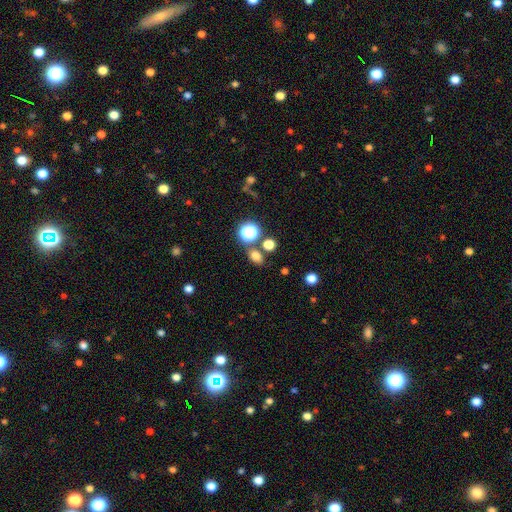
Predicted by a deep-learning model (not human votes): A smooth galaxy with no disk features (72%) that is in between round and cigar-shaped (62%).

Vote fractions:
- Smooth or featured? smooth: 72% / star or artifact: 20% / featured or disk: 8%
- How rounded? in between: 62% / round: 37% / cigar-shaped: 2%
- Merging? none: 73% / merger: 13% / minor disturbance: 11% / major disturbance: 4%